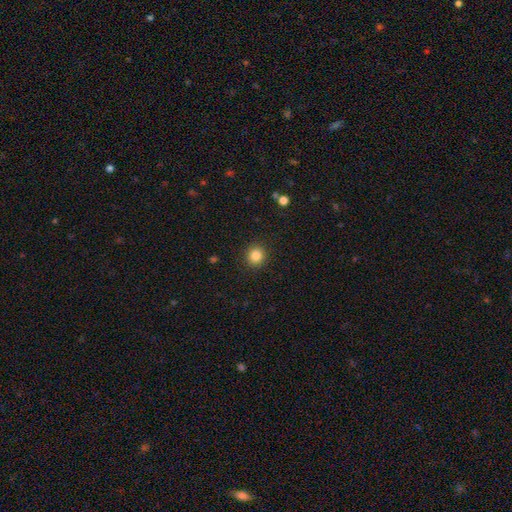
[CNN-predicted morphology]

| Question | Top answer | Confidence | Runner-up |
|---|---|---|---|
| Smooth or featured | smooth | 85% | star or artifact (11%) |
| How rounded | round | 89% | in between (10%) |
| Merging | none | 91% | minor disturbance (6%) |